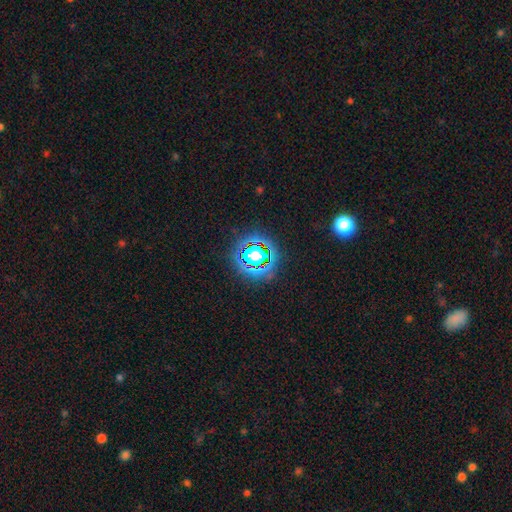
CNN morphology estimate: Smooth or featured? star or artifact (60%)